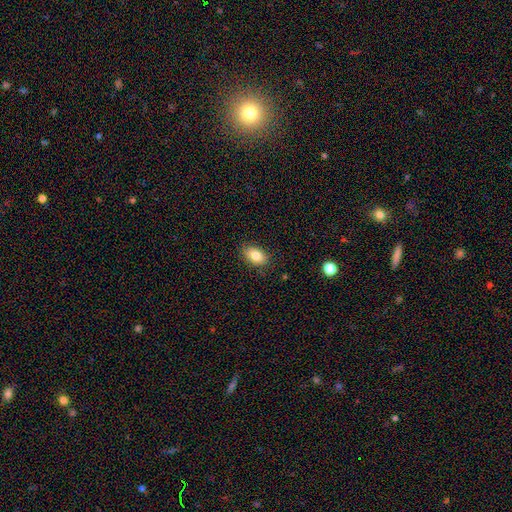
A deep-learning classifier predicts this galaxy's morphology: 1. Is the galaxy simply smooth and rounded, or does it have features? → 83% smooth, 9% featured or disk, 8% star or artifact.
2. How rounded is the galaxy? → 90% in between, 9% round, 2% cigar-shaped.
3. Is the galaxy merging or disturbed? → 85% none, 12% minor disturbance, 3% major disturbance, 1% merger.